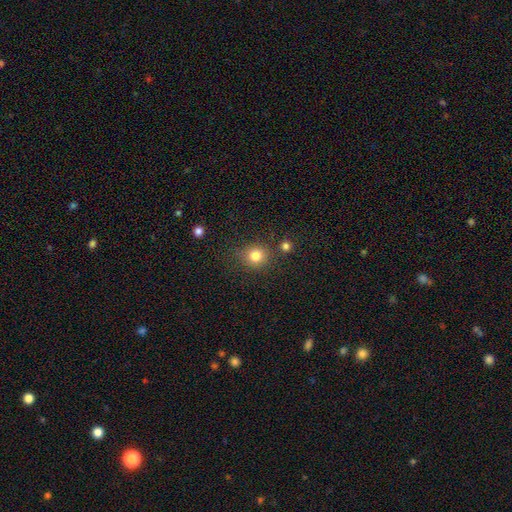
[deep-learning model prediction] A smooth galaxy with no disk features (81%) that is round (86%). Merging: none (77%).